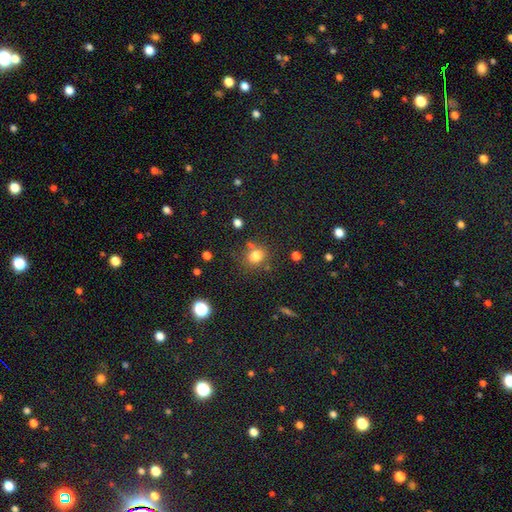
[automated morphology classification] smooth-or-featured: smooth: 78% | star or artifact: 15% | featured or disk: 7%
  how-rounded: round: 77% | in between: 22% | cigar-shaped: 1%
  merging: none: 70% | minor disturbance: 13% | merger: 11% | major disturbance: 5%